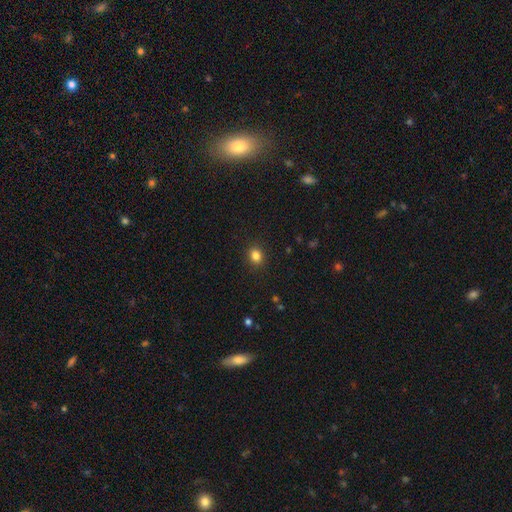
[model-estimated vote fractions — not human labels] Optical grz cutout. It shows a smooth galaxy with no disk features (84%) that is round (62%). Merging: none (90%).